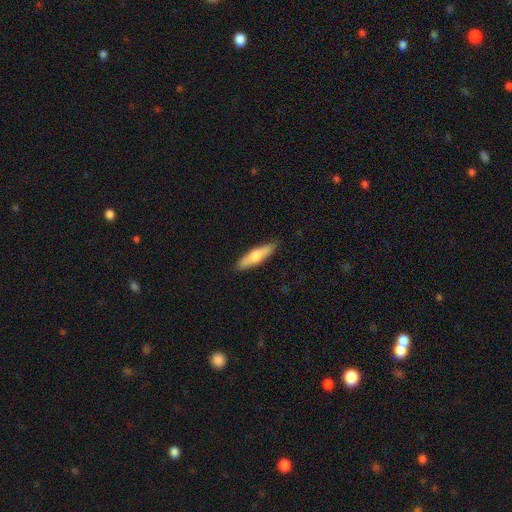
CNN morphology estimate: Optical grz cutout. It shows a smooth galaxy with no disk features (61%) that is cigar-shaped (71%). Merging: none (88%).